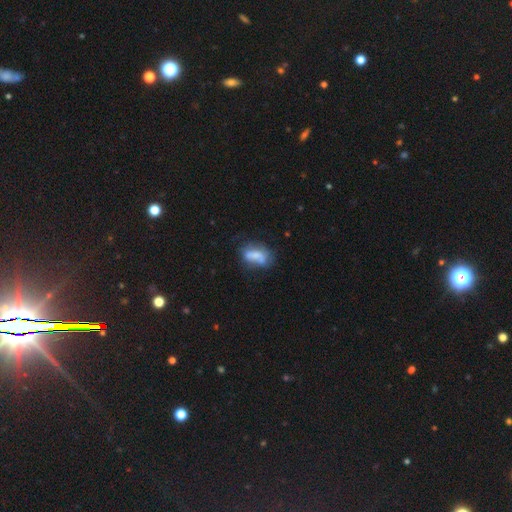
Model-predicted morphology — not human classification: smooth_or_featured: smooth (p=0.60) [alt: featured or disk p=0.31]
how_rounded: in between (p=0.82) [alt: cigar-shaped p=0.09]
merging: none (p=0.39) [alt: minor disturbance p=0.26]